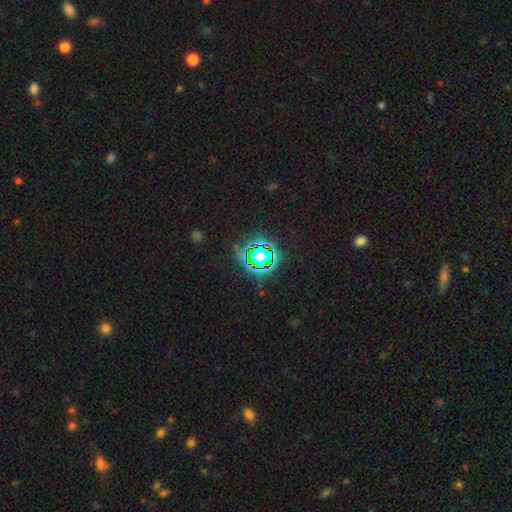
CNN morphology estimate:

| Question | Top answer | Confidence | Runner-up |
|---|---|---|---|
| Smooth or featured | star or artifact | 68% | smooth (19%) |